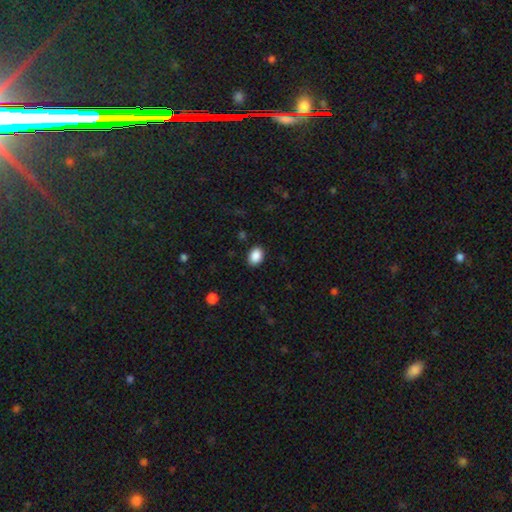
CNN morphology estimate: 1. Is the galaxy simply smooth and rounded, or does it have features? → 89% smooth, 8% star or artifact, 3% featured or disk.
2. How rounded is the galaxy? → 68% in between, 31% round, 1% cigar-shaped.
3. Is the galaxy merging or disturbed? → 88% none, 9% minor disturbance, 2% major disturbance, 1% merger.